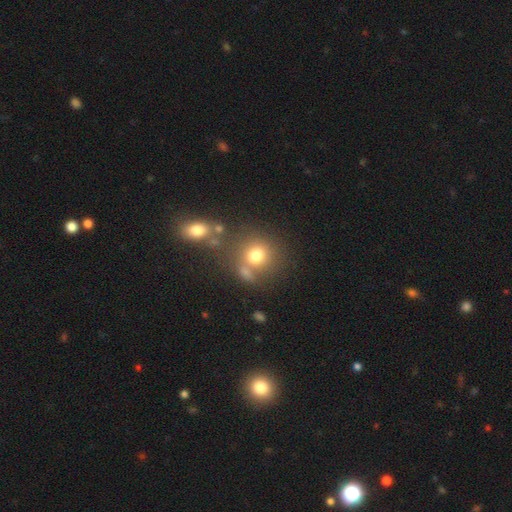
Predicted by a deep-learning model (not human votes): Smooth or featured?
  - smooth: 74% *
  - star or artifact: 14%
  - featured or disk: 12%
How rounded?
  - round: 82% *
  - in between: 17%
  - cigar-shaped: 1%
Merging?
  - none: 57% *
  - merger: 24%
  - minor disturbance: 13%
  - major disturbance: 7%